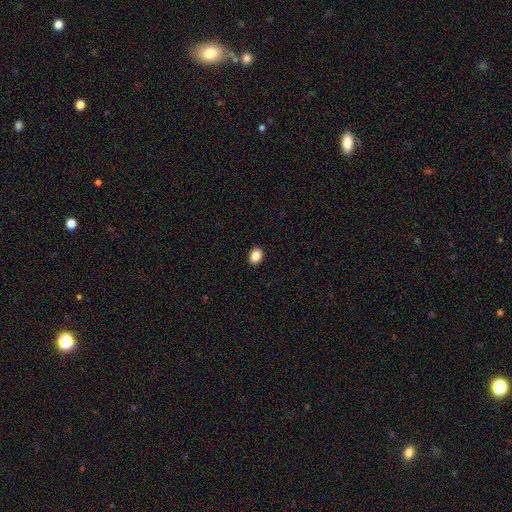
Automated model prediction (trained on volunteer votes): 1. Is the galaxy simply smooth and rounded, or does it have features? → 87% smooth, 8% star or artifact, 4% featured or disk.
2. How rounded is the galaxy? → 70% in between, 29% round, 1% cigar-shaped.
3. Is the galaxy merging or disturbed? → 91% none, 6% minor disturbance, 2% major disturbance, 1% merger.